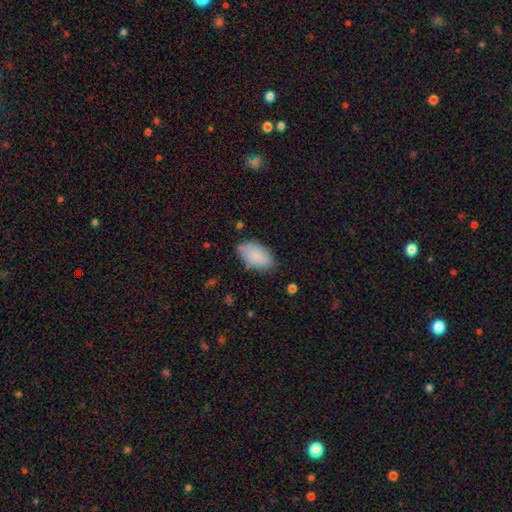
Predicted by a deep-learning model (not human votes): This is clearly a smooth galaxy (85%). How rounded: clearly in between (95%). Merging: likely none (77%).